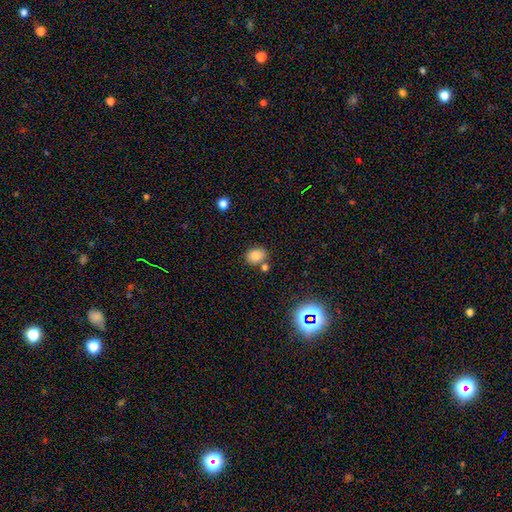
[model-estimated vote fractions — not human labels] This appears to be a smooth galaxy with no disk features (82%) that is in between round and cigar-shaped (55%). Merging: none (73%).